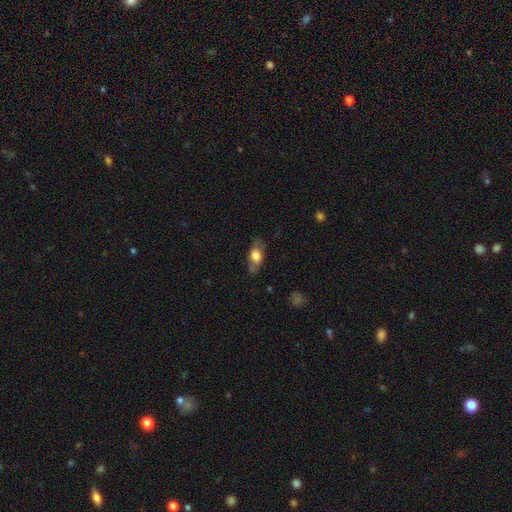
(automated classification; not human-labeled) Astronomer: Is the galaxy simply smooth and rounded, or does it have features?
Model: smooth — 65%.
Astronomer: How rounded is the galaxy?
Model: in between — 80%.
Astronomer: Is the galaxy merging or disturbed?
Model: none — 67%.